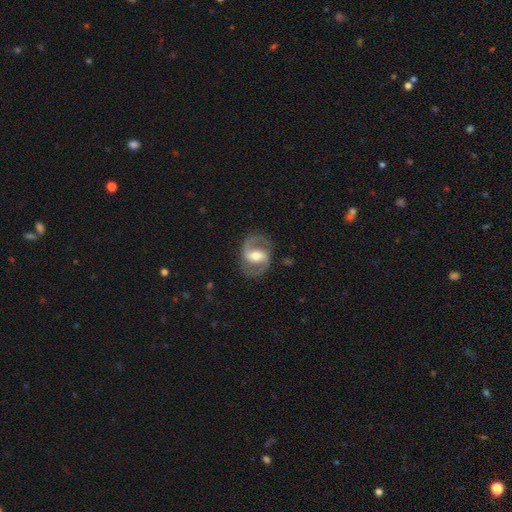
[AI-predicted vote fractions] Smooth or featured?
  - featured or disk: 87% *
  - smooth: 8%
  - star or artifact: 5%
Edge-on disk?
  - no: 97% *
  - yes: 3%
Bar?
  - weak: 43% *
  - strong: 37%
  - no: 20%
Spiral arms?
  - yes: 95% *
  - no: 5%
Spiral winding?
  - medium: 56% *
  - loose: 27%
  - tight: 17%
Spiral arm count?
  - 2: 92% *
  - can't tell: 3%
  - 1: 2%
  - 3: 1%
  - 4: 1%
  - more than 4: 1%
Bulge size?
  - moderate: 69% *
  - small: 21%
  - large: 8%
  - none: 1%
  - dominant: 1%
Merging?
  - none: 82% *
  - minor disturbance: 12%
  - major disturbance: 5%
  - merger: 1%